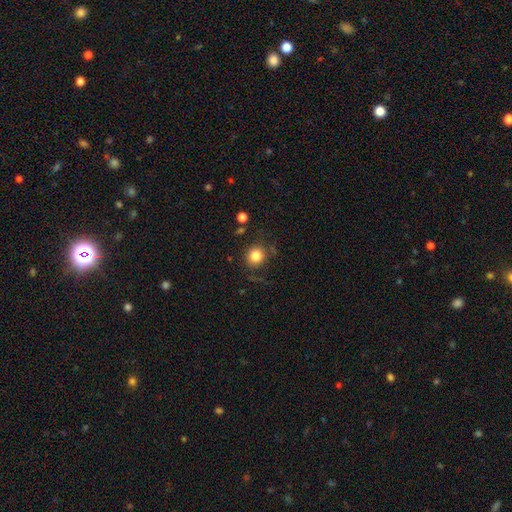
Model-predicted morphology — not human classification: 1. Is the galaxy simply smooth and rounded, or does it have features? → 82% smooth, 11% star or artifact, 7% featured or disk.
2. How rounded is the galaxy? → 87% round, 12% in between, 1% cigar-shaped.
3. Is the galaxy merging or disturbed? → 80% none, 12% minor disturbance, 5% major disturbance, 3% merger.